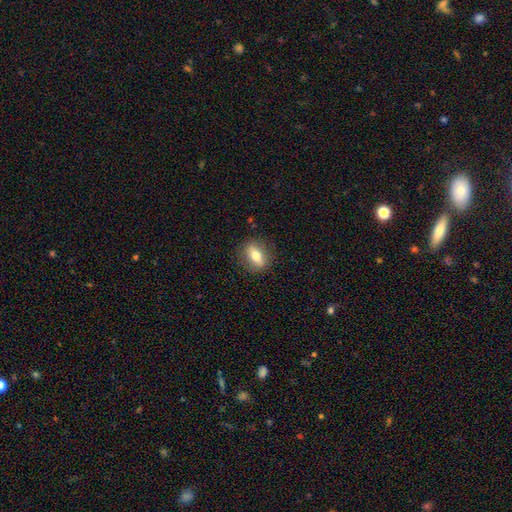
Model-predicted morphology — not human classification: Overall: smooth (65%; featured or disk 27%). How rounded: in between (68%). Merging: none (85%).